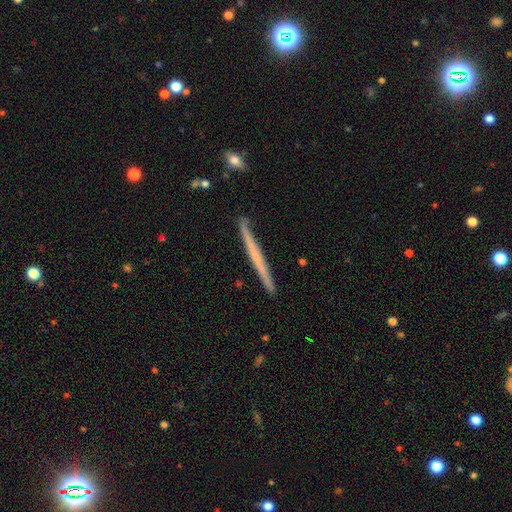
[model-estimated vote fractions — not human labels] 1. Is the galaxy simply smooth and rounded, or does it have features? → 51% featured or disk, 44% smooth, 6% star or artifact.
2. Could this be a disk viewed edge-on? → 97% yes, 3% no.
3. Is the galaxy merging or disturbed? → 90% none, 7% minor disturbance, 1% merger, 1% major disturbance.